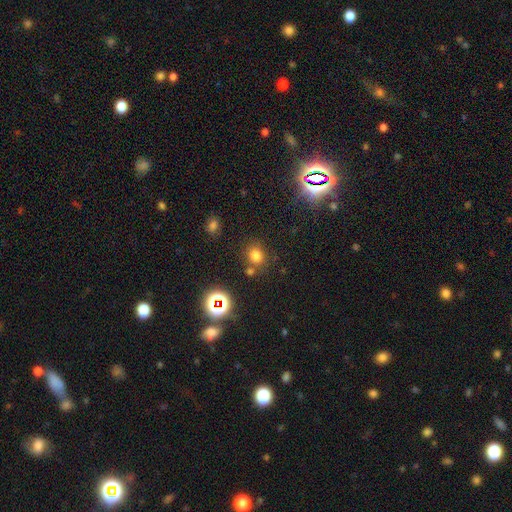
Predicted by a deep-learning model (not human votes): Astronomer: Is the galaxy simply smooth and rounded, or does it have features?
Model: smooth — 72%.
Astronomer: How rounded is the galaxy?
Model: round — 70%.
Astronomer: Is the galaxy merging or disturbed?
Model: none — 72%.